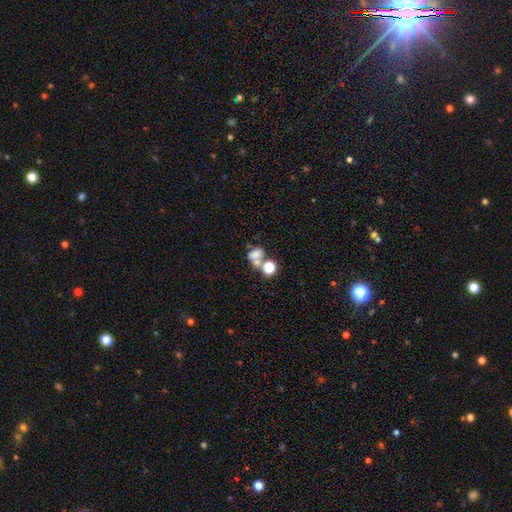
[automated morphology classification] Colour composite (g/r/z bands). It shows a smooth galaxy with no disk features (65%) that is in between round and cigar-shaped (61%). Merging: merger (54%).